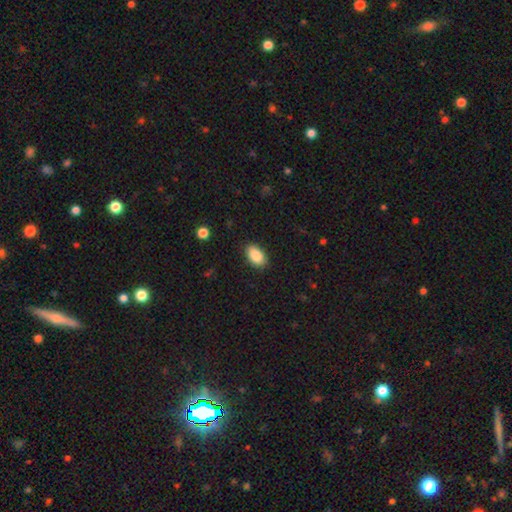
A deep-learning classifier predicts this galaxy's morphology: This appears to be a smooth galaxy with no disk features (86%) that is in between round and cigar-shaped (92%). Merging: none (86%).